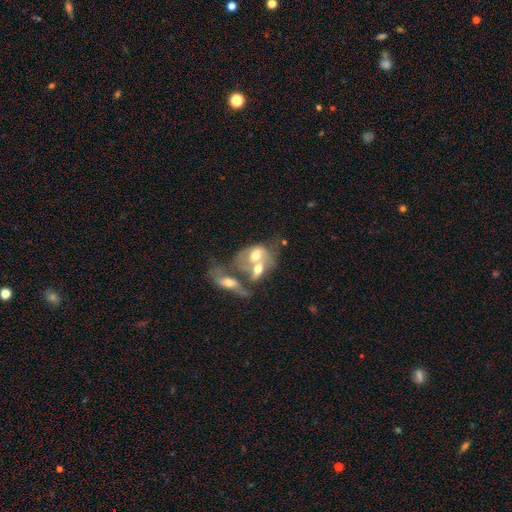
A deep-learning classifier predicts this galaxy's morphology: Smooth or featured: featured or disk — 49% (smooth — 43%)
Merging: merger — 72% (none — 11%)